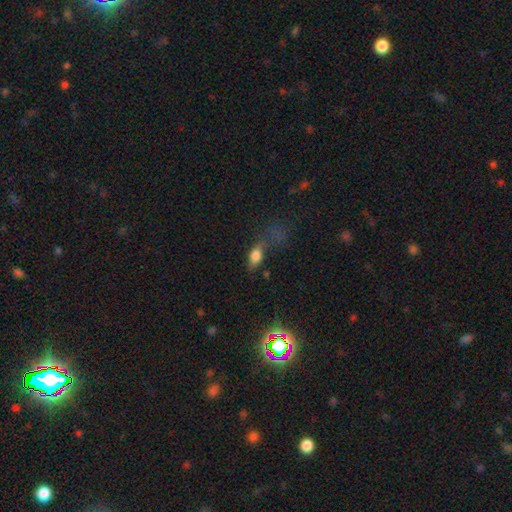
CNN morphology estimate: Q: Smooth or featured?
A: smooth (74%); runner-up: featured or disk (16%)
Q: How rounded?
A: in between (76%); runner-up: round (14%)
Q: Merging?
A: major disturbance (45%); runner-up: none (26%)